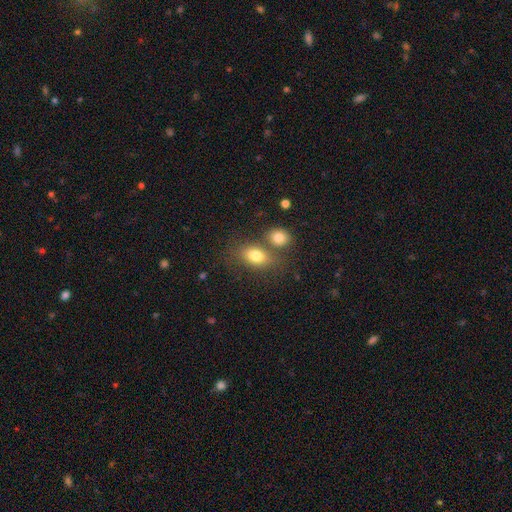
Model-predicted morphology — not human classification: Smooth or featured? Predicted: smooth (p=0.78). How rounded? Predicted: in between (p=0.80). Merging? Predicted: none (p=0.55).